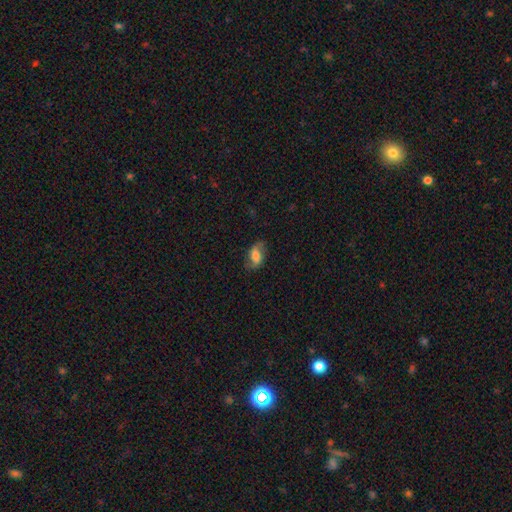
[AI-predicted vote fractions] Smooth or featured?
  - smooth: 49% *
  - featured or disk: 41%
  - star or artifact: 9%
Merging?
  - none: 72% *
  - minor disturbance: 19%
  - major disturbance: 7%
  - merger: 1%